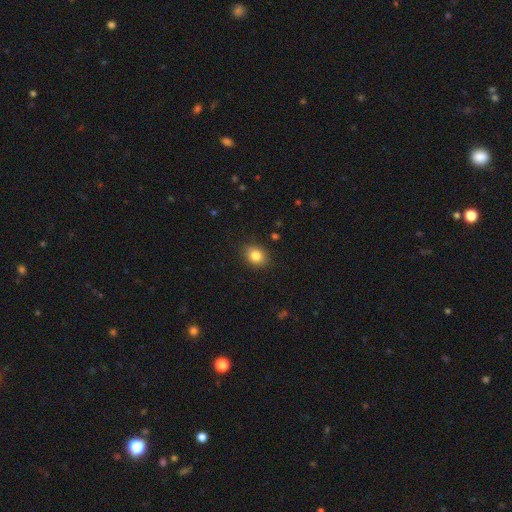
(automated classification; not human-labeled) The model was most divided on "how rounded": in between: 53%, round: 46%, cigar-shaped: 1%. More confident: merging — none (88%); smooth or featured — smooth (84%).